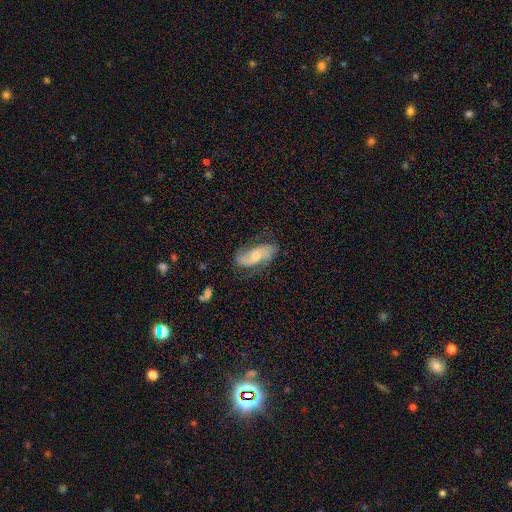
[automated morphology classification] A featured or disk galaxy (65%) with no bar (57%), 2 (80%) loose (43%) spiral arms (89%) and a moderate central bulge (58%).

Vote fractions:
- Smooth or featured? featured or disk: 65% / smooth: 28% / star or artifact: 7%
- Edge-on disk? no: 92% / yes: 8%
- Bar? no: 57% / weak: 33% / strong: 10%
- Spiral arms? yes: 89% / no: 11%
- Spiral winding? loose: 43% / medium: 38% / tight: 19%
- Spiral arm count? 2: 80% / can't tell: 11% / 1: 3% / 3: 3% / 4: 1% / more than 4: 1%
- Bulge size? moderate: 58% / small: 33% / large: 5% / none: 3% / dominant: 1%
- Merging? none: 66% / minor disturbance: 22% / major disturbance: 10% / merger: 2%